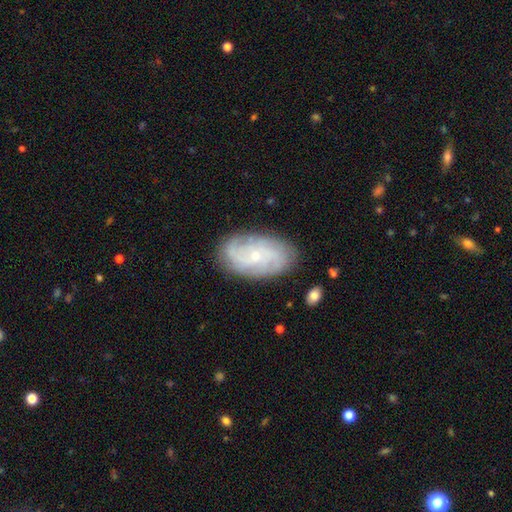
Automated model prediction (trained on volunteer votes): Smooth or featured? featured or disk (77%)
Edge-on disk? no (96%)
Bar? no (72%)
Spiral arms? yes (94%)
Spiral winding? tight (54%)
Spiral arm count? can't tell (31%)
Bulge size? small (78%)
Merging? none (81%)